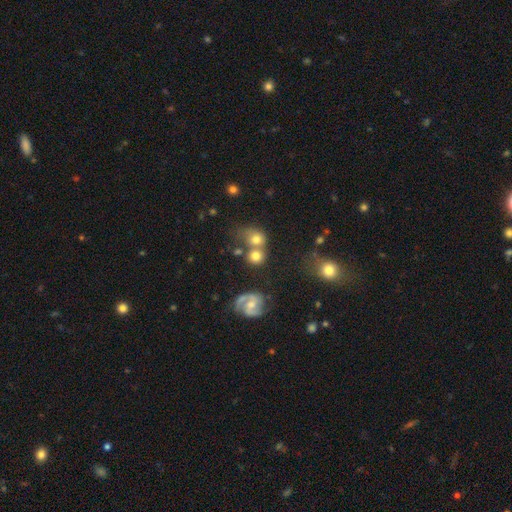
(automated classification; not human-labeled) Smooth or featured? smooth (68%)
How rounded? round (83%)
Merging? none (48%)